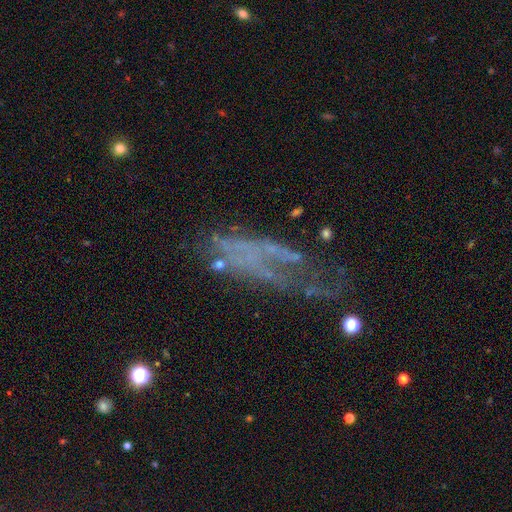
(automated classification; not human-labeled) smooth-or-featured: featured or disk: 60% | smooth: 21% | star or artifact: 19%
  disk-edge-on: no: 88% | yes: 12%
    bar: no: 87% | weak: 9% | strong: 4%
    has-spiral-arms: no: 76% | yes: 24%
    bulge-size: none: 85% | small: 7% | moderate: 4% | large: 2% | dominant: 1%
  merging: major disturbance: 44% | none: 31% | minor disturbance: 19% | merger: 7%